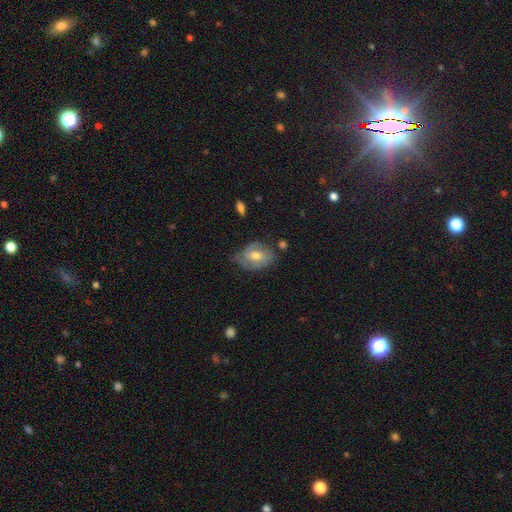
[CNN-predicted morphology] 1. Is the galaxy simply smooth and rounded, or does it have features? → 53% featured or disk, 38% smooth, 8% star or artifact.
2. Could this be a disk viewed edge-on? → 94% no, 6% yes.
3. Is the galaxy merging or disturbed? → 54% none, 32% minor disturbance, 11% major disturbance, 3% merger.